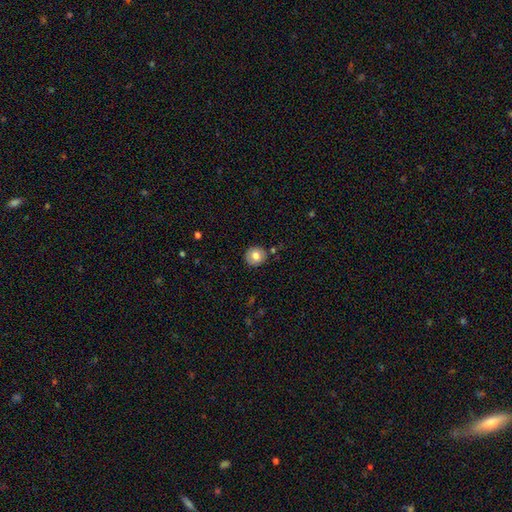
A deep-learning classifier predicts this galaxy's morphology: smooth_or_featured: smooth (p=0.77) [alt: featured or disk p=0.14]
how_rounded: round (p=0.88) [alt: in between p=0.11]
merging: none (p=0.87) [alt: minor disturbance p=0.08]